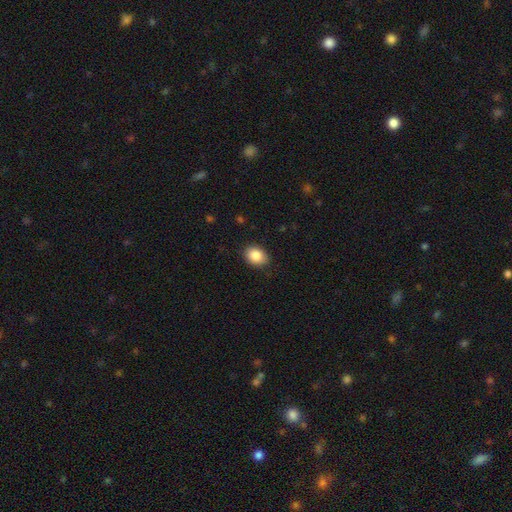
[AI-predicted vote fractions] Q: Smooth or featured?
A: smooth (86%); runner-up: star or artifact (8%)
Q: How rounded?
A: in between (68%); runner-up: round (31%)
Q: Merging?
A: none (85%); runner-up: minor disturbance (12%)